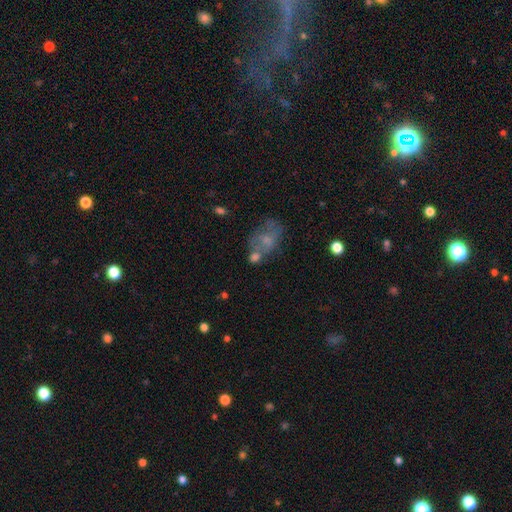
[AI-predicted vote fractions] Smooth or featured? smooth (52%)
How rounded? in between (76%)
Merging? none (39%)